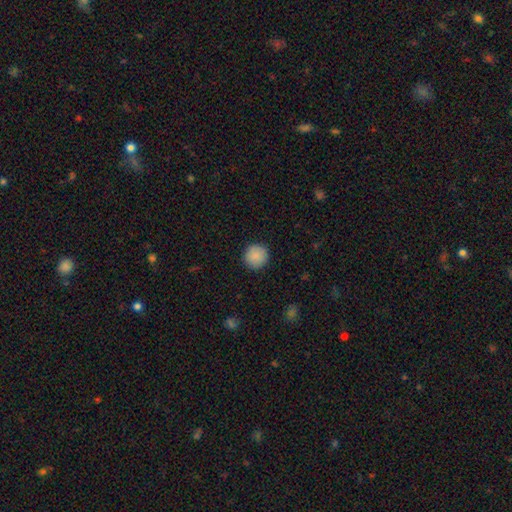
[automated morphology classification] type=smooth (89%); roundness=round (95%); merging=none (92%).